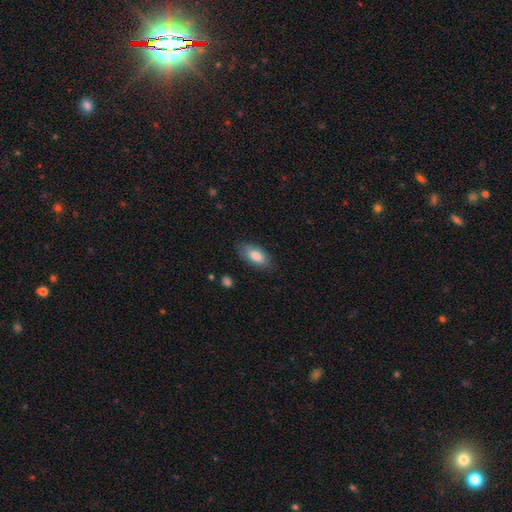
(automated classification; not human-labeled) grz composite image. It shows a smooth galaxy with no disk features (83%) that is in between round and cigar-shaped (89%). Merging: none (81%).